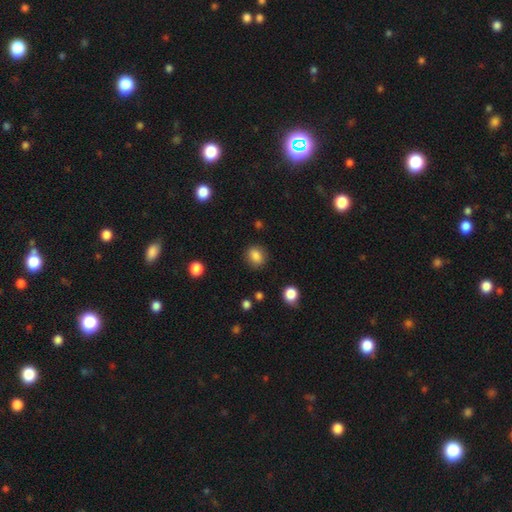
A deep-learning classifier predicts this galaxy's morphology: This is clearly a smooth galaxy (85%). How rounded: likely round (60%). Merging: clearly none (86%).